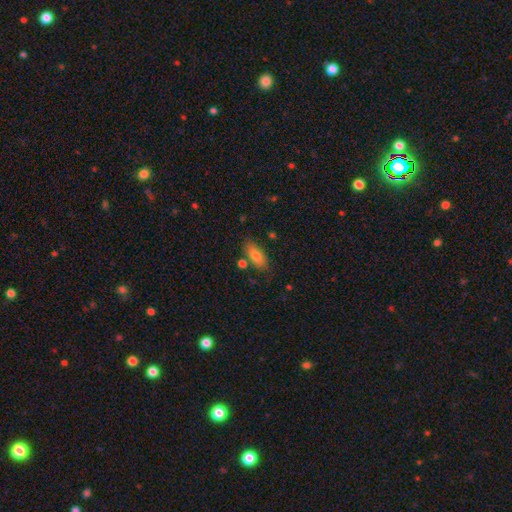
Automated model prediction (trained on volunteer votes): Smooth or featured? smooth (75%)
How rounded? in between (82%)
Merging? none (76%)